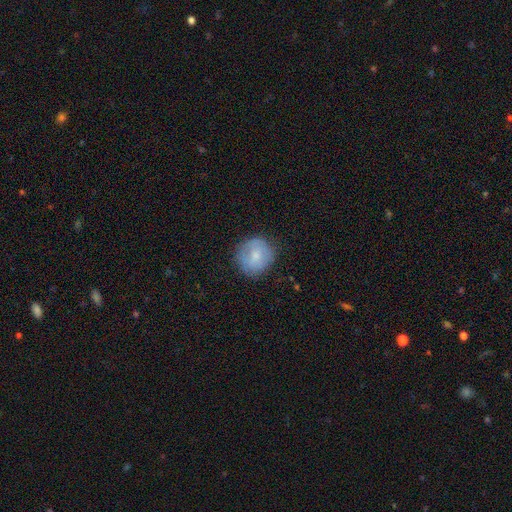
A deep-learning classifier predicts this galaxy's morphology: Q: Smooth or featured?
A: smooth (70%); runner-up: featured or disk (22%)
Q: How rounded?
A: round (89%); runner-up: in between (10%)
Q: Merging?
A: none (78%); runner-up: minor disturbance (16%)